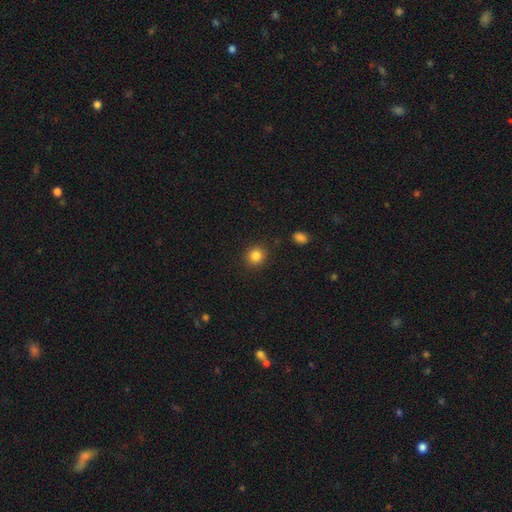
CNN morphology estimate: Smooth or featured?
  - smooth: 85% *
  - star or artifact: 11%
  - featured or disk: 5%
How rounded?
  - round: 87% *
  - in between: 12%
  - cigar-shaped: 1%
Merging?
  - none: 89% *
  - minor disturbance: 7%
  - major disturbance: 2%
  - merger: 2%